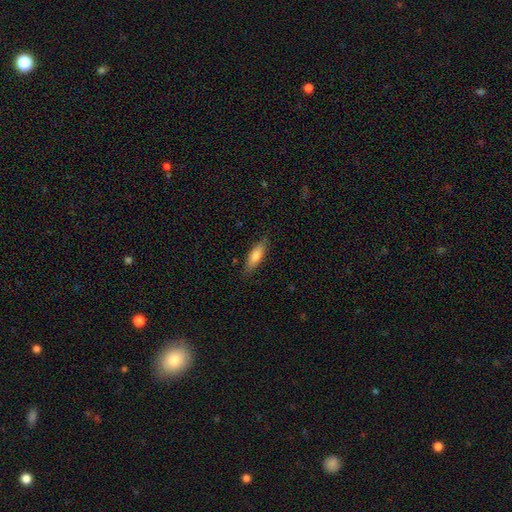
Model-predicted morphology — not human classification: smooth-or-featured: smooth: 77% | featured or disk: 17% | star or artifact: 6%
  how-rounded: in between: 50% | cigar-shaped: 48% | round: 2%
  merging: none: 83% | minor disturbance: 13% | major disturbance: 3% | merger: 1%